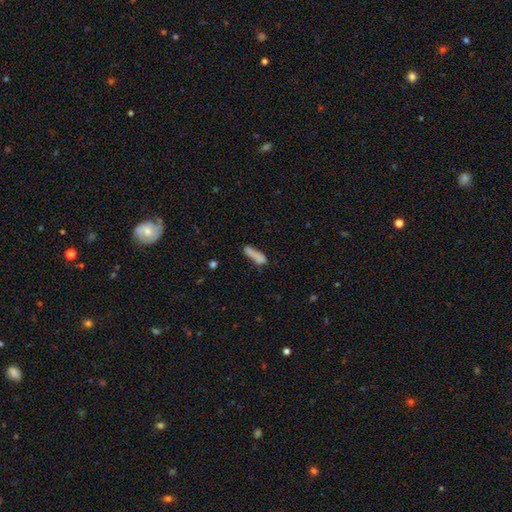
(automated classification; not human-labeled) Morphology: type=smooth (76%); roundness=cigar-shaped (68%); merging=none (52%).